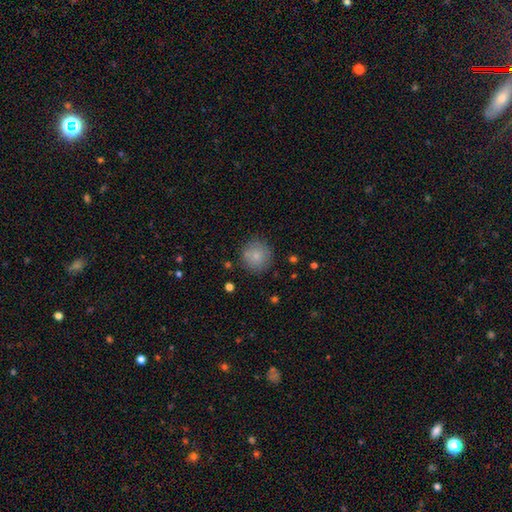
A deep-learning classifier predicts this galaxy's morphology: A smooth galaxy with no disk features (83%) that is round (94%).

Vote fractions:
- Smooth or featured? smooth: 83% / star or artifact: 8% / featured or disk: 8%
- How rounded? round: 94% / in between: 5% / cigar-shaped: 1%
- Merging? none: 84% / minor disturbance: 11% / major disturbance: 3% / merger: 2%